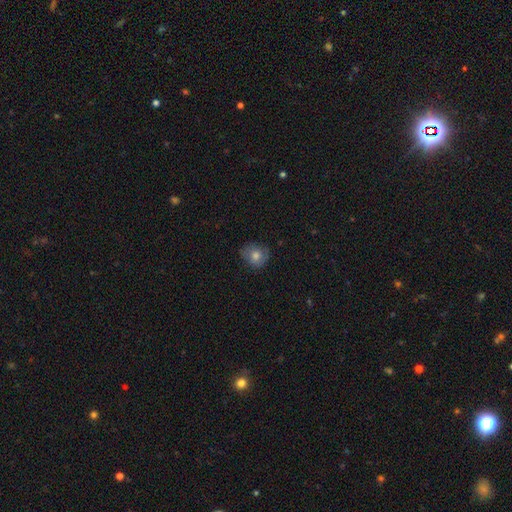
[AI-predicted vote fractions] The model was most divided on "merging": none: 71%, minor disturbance: 22%, major disturbance: 6%, merger: 1%. More confident: how rounded — round (75%); smooth or featured — smooth (73%).